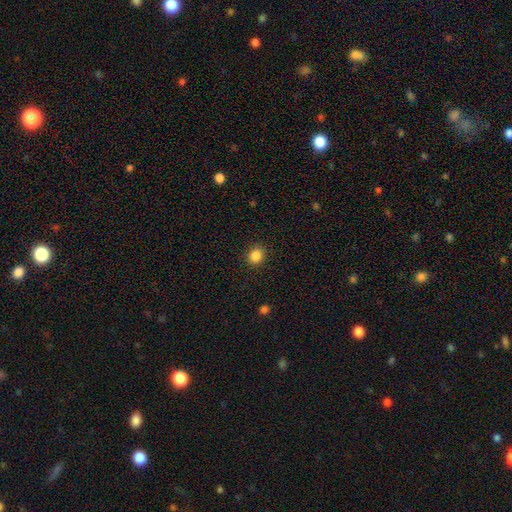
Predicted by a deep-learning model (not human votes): Smooth or featured? smooth (85%)
How rounded? round (79%)
Merging? none (90%)